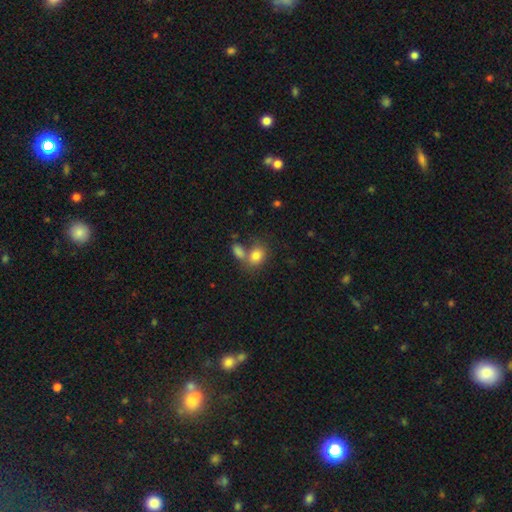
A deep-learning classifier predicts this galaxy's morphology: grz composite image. It shows a smooth galaxy with no disk features (81%) that is in between round and cigar-shaped (63%). Merging: merger (42%).